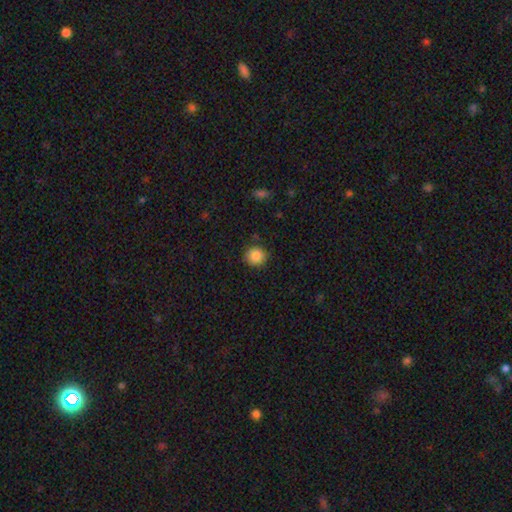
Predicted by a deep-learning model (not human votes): A smooth galaxy with no disk features (86%) that is round (91%).

Vote fractions:
- Smooth or featured? smooth: 86% / star or artifact: 9% / featured or disk: 4%
- How rounded? round: 91% / in between: 8% / cigar-shaped: 1%
- Merging? none: 87% / minor disturbance: 9% / major disturbance: 2% / merger: 1%